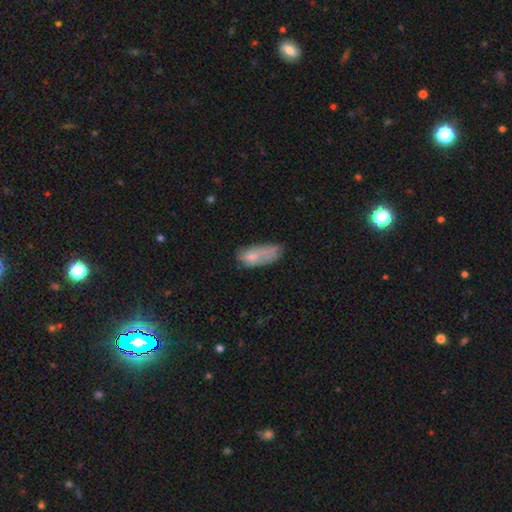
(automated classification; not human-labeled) The model was most divided on "merging": minor disturbance: 35%, none: 33%, major disturbance: 26%, merger: 6%. More confident: how rounded — in between (82%); smooth or featured — smooth (64%).